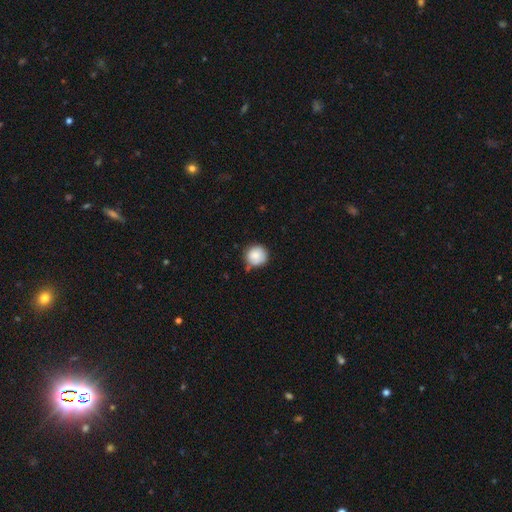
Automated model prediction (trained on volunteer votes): smooth-or-featured: smooth: 83% | featured or disk: 9% | star or artifact: 8%
  how-rounded: round: 91% | in between: 8% | cigar-shaped: 1%
  merging: none: 67% | minor disturbance: 24% | merger: 5% | major disturbance: 4%